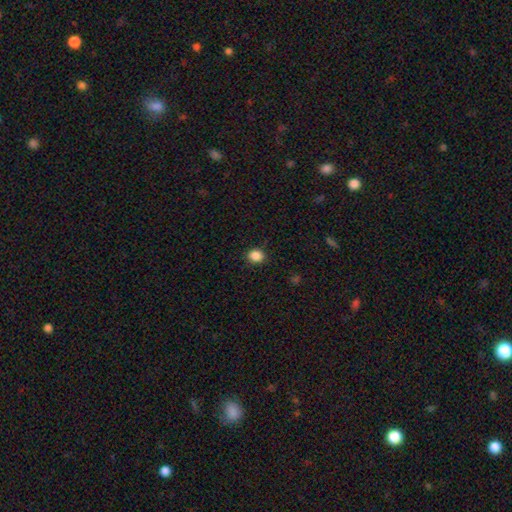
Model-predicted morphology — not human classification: This is clearly a smooth galaxy (87%). How rounded: likely round (67%). Merging: clearly none (89%).